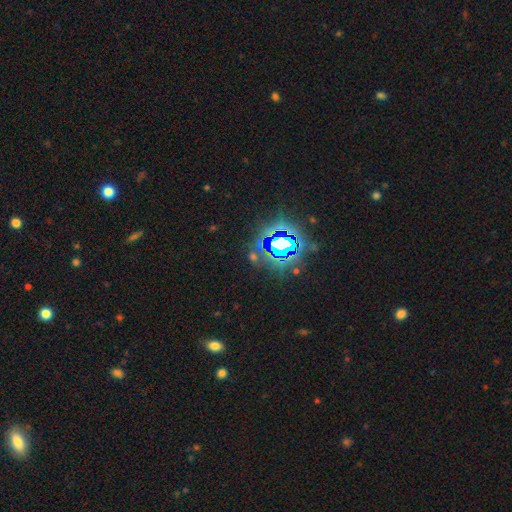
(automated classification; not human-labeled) Q: Smooth or featured?
A: star or artifact (78%); runner-up: smooth (13%)